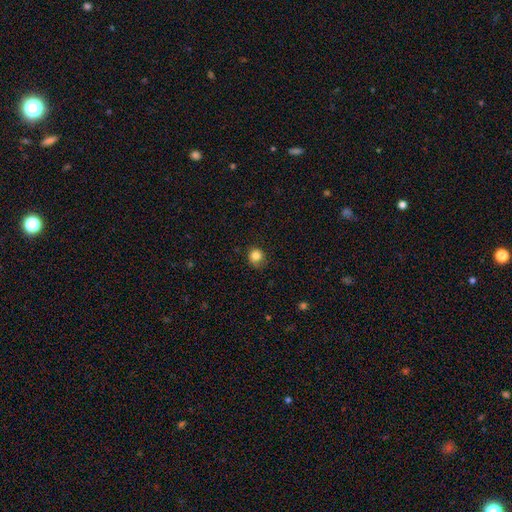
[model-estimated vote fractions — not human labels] This appears to be a smooth galaxy with no disk features (84%) that is round (85%). Merging: none (74%).